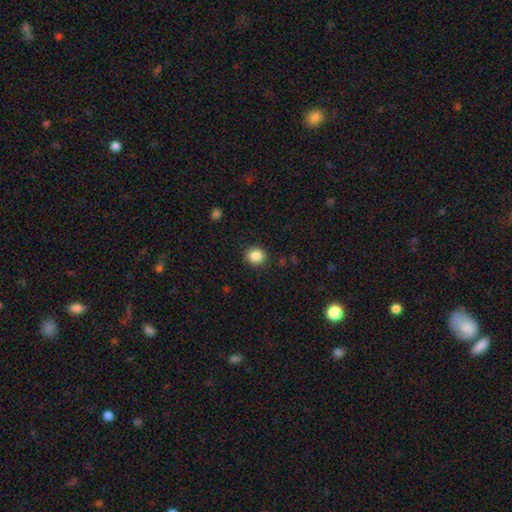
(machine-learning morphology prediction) A smooth galaxy with no disk features (86%) that is round (73%). Merging: none (90%).